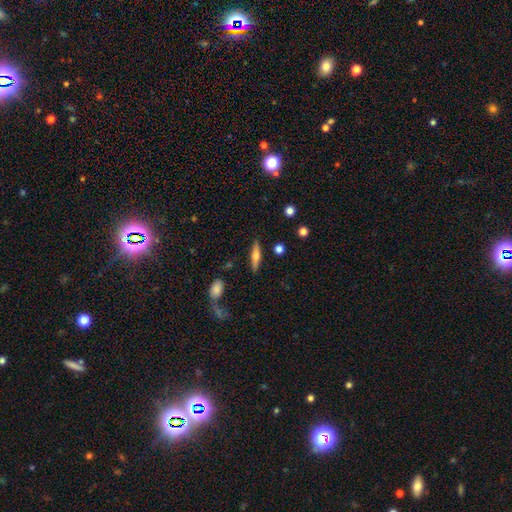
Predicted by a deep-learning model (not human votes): A featured or disk galaxy (49%).

Vote fractions:
- Smooth or featured? featured or disk: 49% / smooth: 45% / star or artifact: 7%
- Merging? none: 87% / minor disturbance: 8% / merger: 2% / major disturbance: 2%